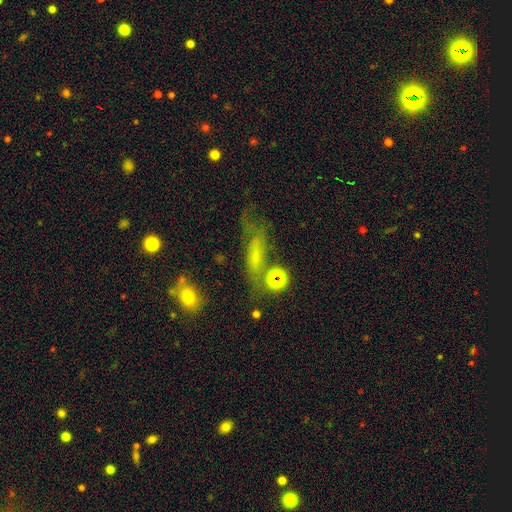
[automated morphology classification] A smooth galaxy with no disk features (47%).

Vote fractions:
- Smooth or featured? smooth: 47% / featured or disk: 32% / star or artifact: 21%
- Merging? none: 49% / minor disturbance: 22% / major disturbance: 20% / merger: 9%